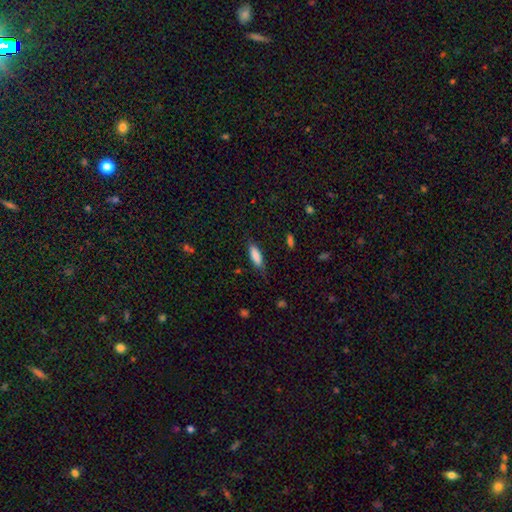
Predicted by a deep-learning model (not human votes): A smooth galaxy with no disk features (85%) that is in between round and cigar-shaped (59%).

Vote fractions:
- Smooth or featured? smooth: 85% / featured or disk: 9% / star or artifact: 6%
- How rounded? in between: 59% / cigar-shaped: 39% / round: 2%
- Merging? none: 78% / minor disturbance: 17% / major disturbance: 4% / merger: 1%